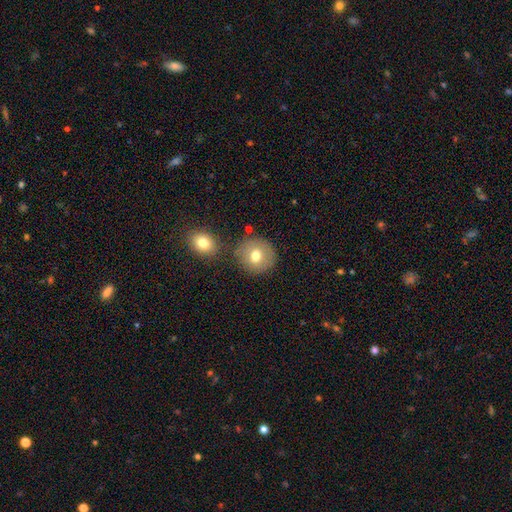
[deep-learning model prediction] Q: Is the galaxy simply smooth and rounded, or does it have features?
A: smooth — 75%.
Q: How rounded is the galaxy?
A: round — 90%.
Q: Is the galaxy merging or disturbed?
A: none — 76%.